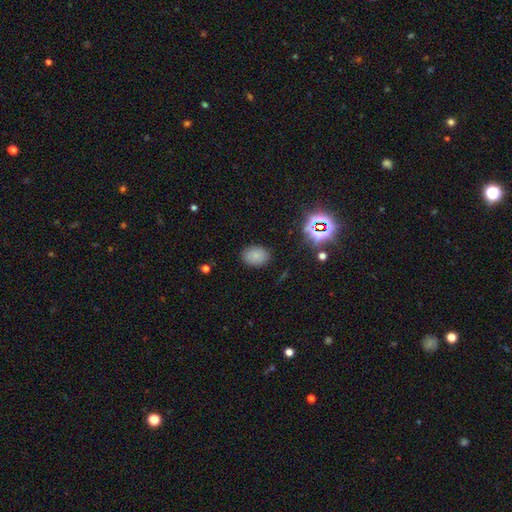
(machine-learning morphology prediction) A smooth galaxy with no disk features (77%) that is in between round and cigar-shaped (72%). Merging: none (86%).